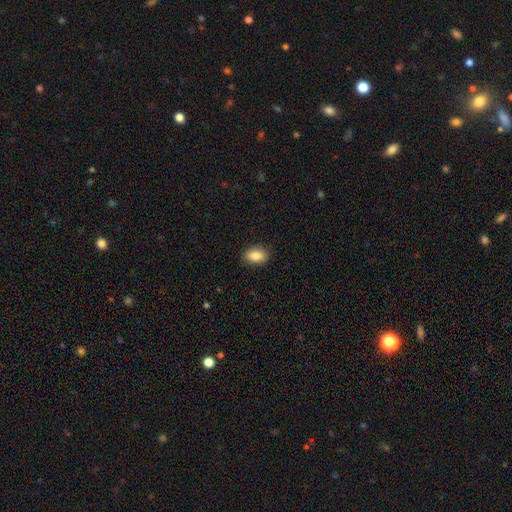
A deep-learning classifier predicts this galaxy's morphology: smooth-or-featured: smooth: 84% | featured or disk: 8% | star or artifact: 8%
  how-rounded: in between: 86% | round: 12% | cigar-shaped: 2%
  merging: none: 87% | minor disturbance: 9% | major disturbance: 2% | merger: 1%